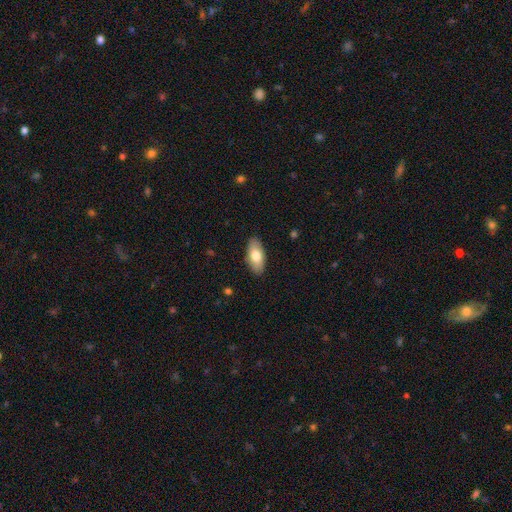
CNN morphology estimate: type=smooth (75%); roundness=in between (90%); merging=none (87%).